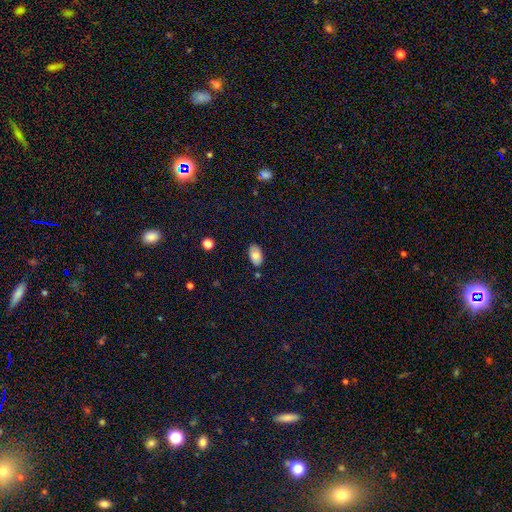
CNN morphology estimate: smooth-or-featured: smooth: 78% | featured or disk: 14% | star or artifact: 8%
  how-rounded: in between: 93% | round: 5% | cigar-shaped: 1%
  merging: none: 83% | minor disturbance: 12% | merger: 2% | major disturbance: 2%